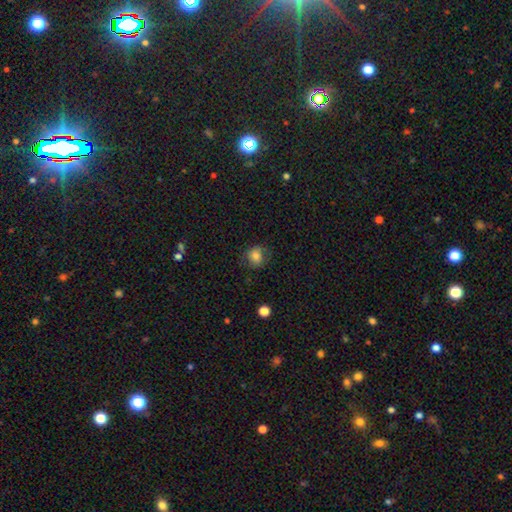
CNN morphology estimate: The model was most divided on "how rounded": round: 75%, in between: 24%, cigar-shaped: 1%. More confident: smooth or featured — smooth (81%); merging — none (77%).